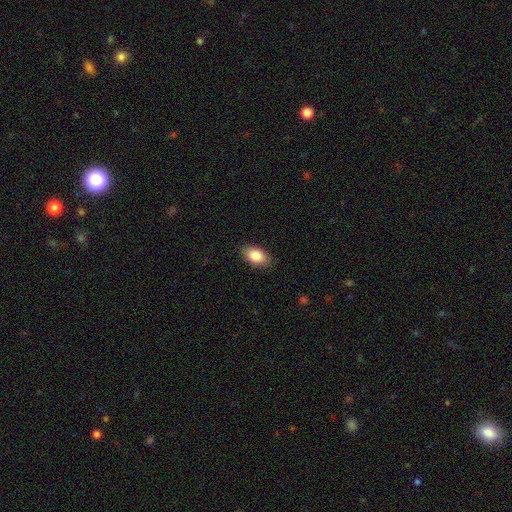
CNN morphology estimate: smooth-or-featured: smooth: 85% | featured or disk: 8% | star or artifact: 7%
  how-rounded: in between: 91% | round: 7% | cigar-shaped: 2%
  merging: none: 87% | minor disturbance: 10% | major disturbance: 2% | merger: 1%